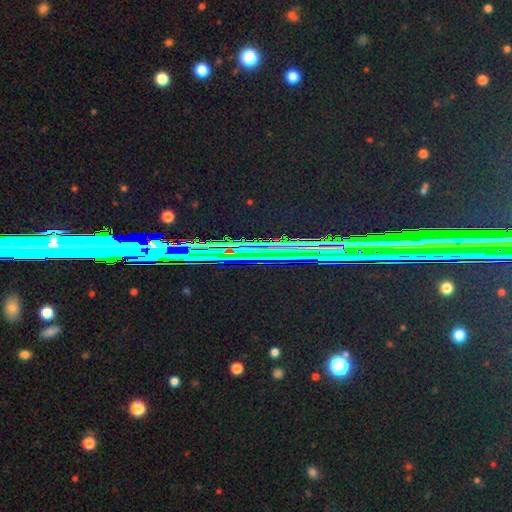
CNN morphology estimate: Overall: star or artifact (83%).